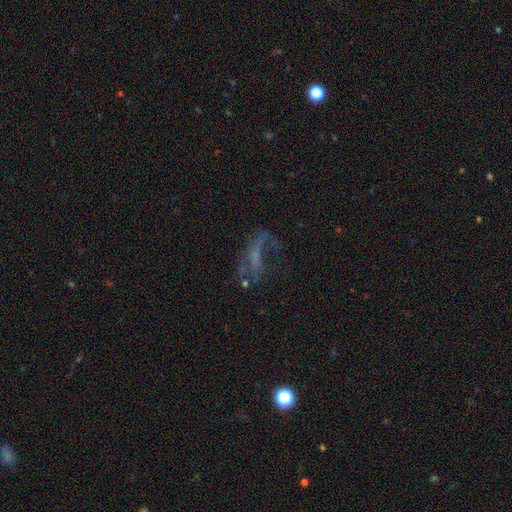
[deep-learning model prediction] Smooth or featured? featured or disk (58%)
Edge-on disk? no (91%)
Bar? no (55%)
Spiral arms? yes (51%)
Bulge size? none (59%)
Merging? major disturbance (40%)